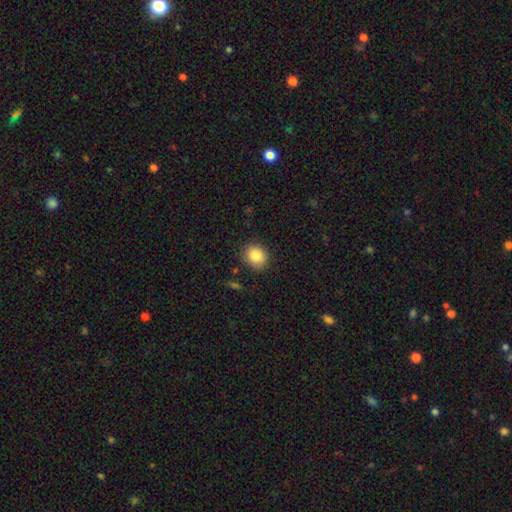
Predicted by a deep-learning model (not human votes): Smooth or featured?
  - smooth: 86% *
  - star or artifact: 9%
  - featured or disk: 5%
How rounded?
  - round: 71% *
  - in between: 28%
  - cigar-shaped: 1%
Merging?
  - none: 84% *
  - minor disturbance: 12%
  - major disturbance: 3%
  - merger: 1%